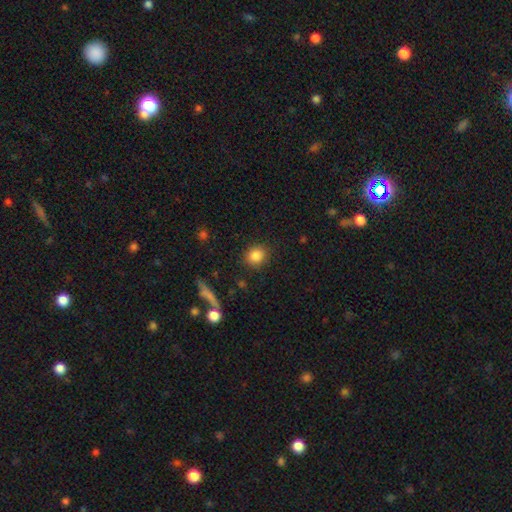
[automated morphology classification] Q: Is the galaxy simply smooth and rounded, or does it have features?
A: smooth — 85%.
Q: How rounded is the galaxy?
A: round — 74%.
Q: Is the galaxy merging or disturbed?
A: none — 87%.